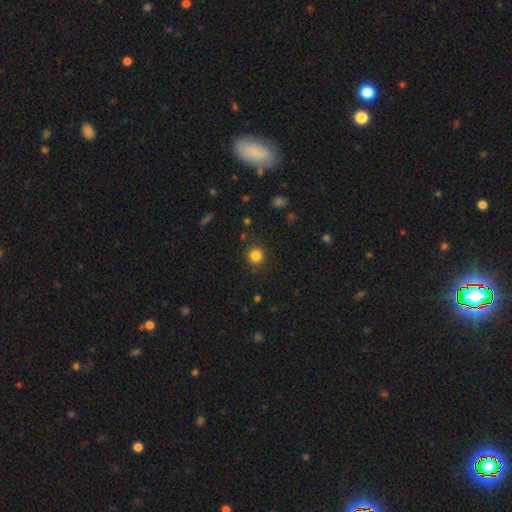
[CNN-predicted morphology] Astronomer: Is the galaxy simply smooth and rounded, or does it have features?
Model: smooth — 83%.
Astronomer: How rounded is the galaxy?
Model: round — 92%.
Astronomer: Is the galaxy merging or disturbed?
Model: none — 88%.